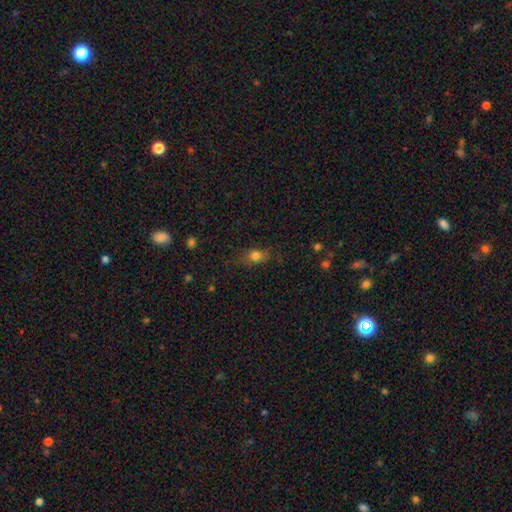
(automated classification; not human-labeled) Smooth or featured?
  - smooth: 79% *
  - star or artifact: 12%
  - featured or disk: 10%
How rounded?
  - in between: 67% *
  - round: 29%
  - cigar-shaped: 4%
Merging?
  - none: 74% *
  - minor disturbance: 19%
  - major disturbance: 6%
  - merger: 1%